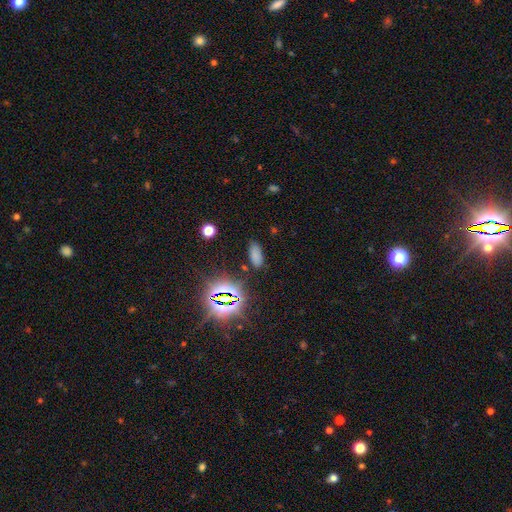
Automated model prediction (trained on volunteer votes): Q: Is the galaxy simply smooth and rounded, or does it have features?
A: smooth — 67%.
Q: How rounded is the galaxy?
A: in between — 85%.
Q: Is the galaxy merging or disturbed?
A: none — 82%.